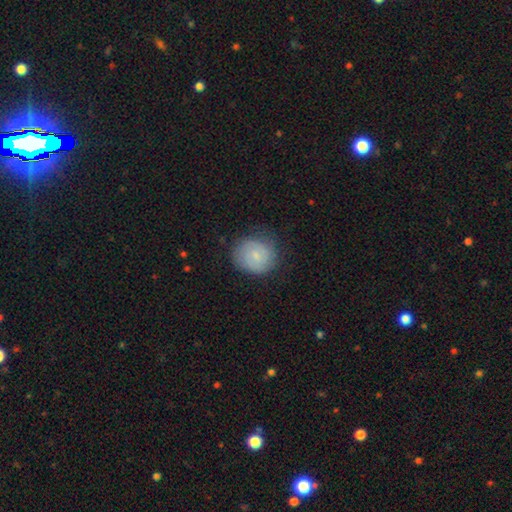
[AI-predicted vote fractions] Q: Smooth or featured?
A: smooth (60%); runner-up: featured or disk (33%)
Q: How rounded?
A: round (79%); runner-up: in between (20%)
Q: Merging?
A: none (76%); runner-up: minor disturbance (18%)